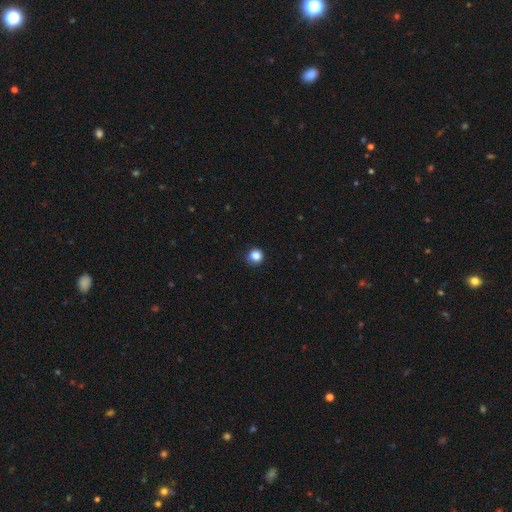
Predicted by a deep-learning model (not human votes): Smooth or featured? Predicted: smooth (p=0.85). How rounded? Predicted: round (p=0.93). Merging? Predicted: none (p=0.88).